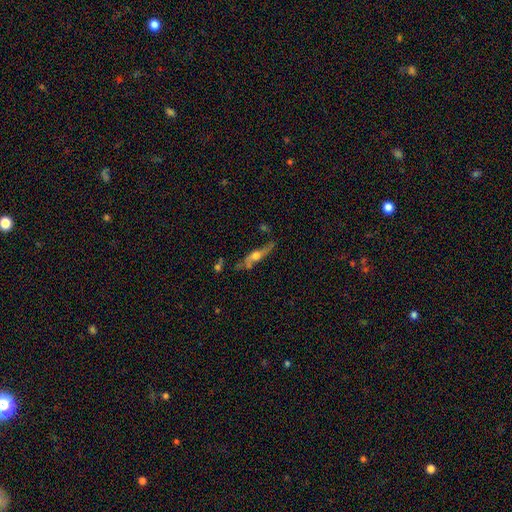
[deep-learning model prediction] Smooth or featured? Predicted: featured or disk (p=0.63). Edge-on disk? Predicted: yes (p=0.62). Merging? Predicted: none (p=0.57).